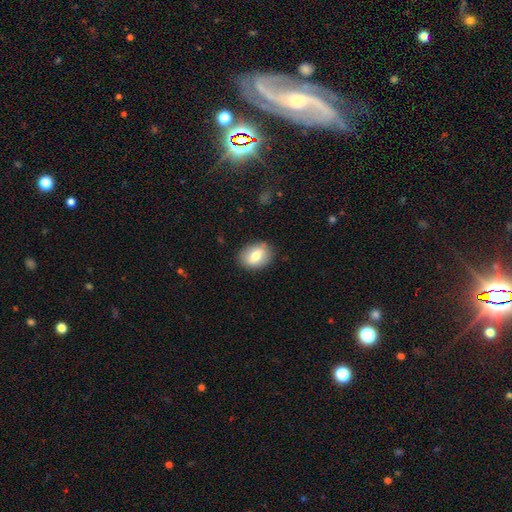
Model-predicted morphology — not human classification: This is likely a smooth galaxy (73%). How rounded: likely in between (72%). Merging: clearly none (85%).